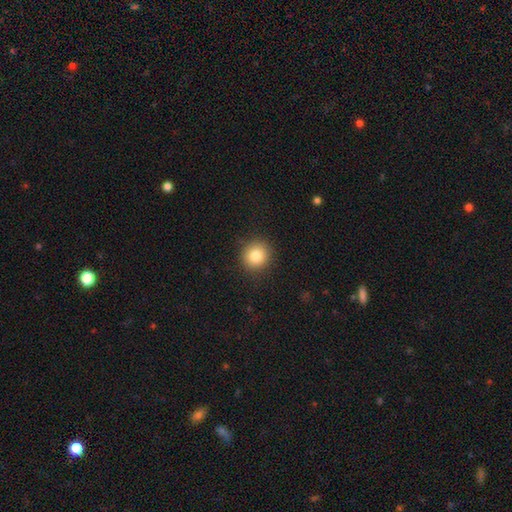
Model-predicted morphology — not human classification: Q: Smooth or featured?
A: smooth (83%); runner-up: star or artifact (10%)
Q: How rounded?
A: round (90%); runner-up: in between (9%)
Q: Merging?
A: none (89%); runner-up: minor disturbance (7%)